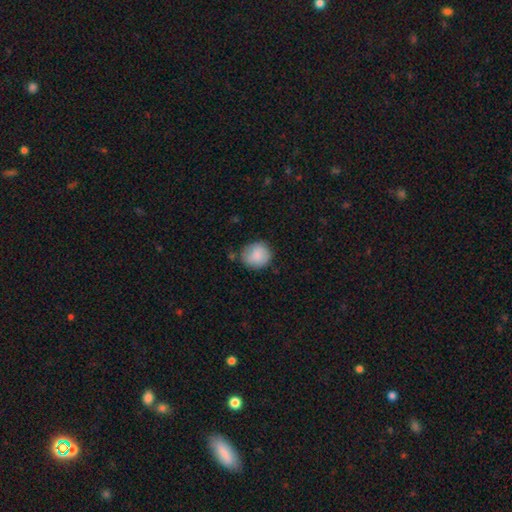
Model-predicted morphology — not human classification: Overall: smooth (84%). How rounded: round (83%). Merging: none (72%).